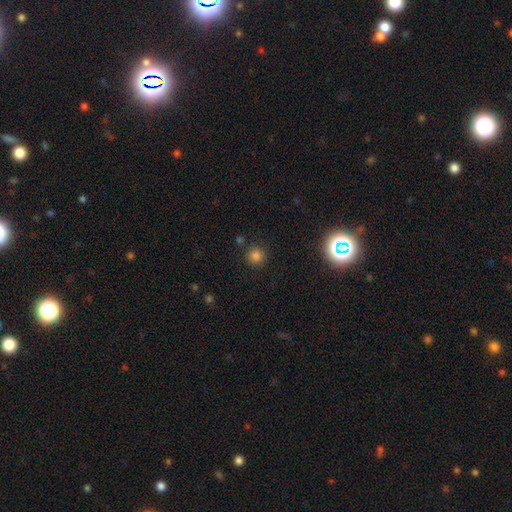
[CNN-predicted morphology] smooth-or-featured: smooth: 80% | star or artifact: 15% | featured or disk: 4%
  how-rounded: round: 93% | in between: 6% | cigar-shaped: 1%
  merging: none: 86% | minor disturbance: 7% | merger: 4% | major disturbance: 3%